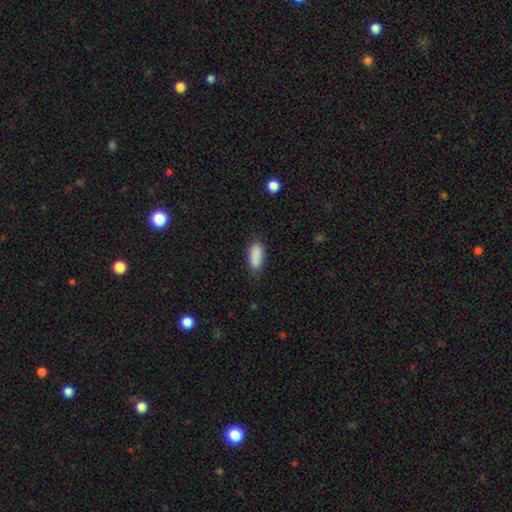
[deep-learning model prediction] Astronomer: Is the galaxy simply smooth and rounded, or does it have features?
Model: smooth — 89%.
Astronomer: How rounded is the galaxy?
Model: in between — 83%.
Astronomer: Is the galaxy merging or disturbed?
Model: none — 79%.